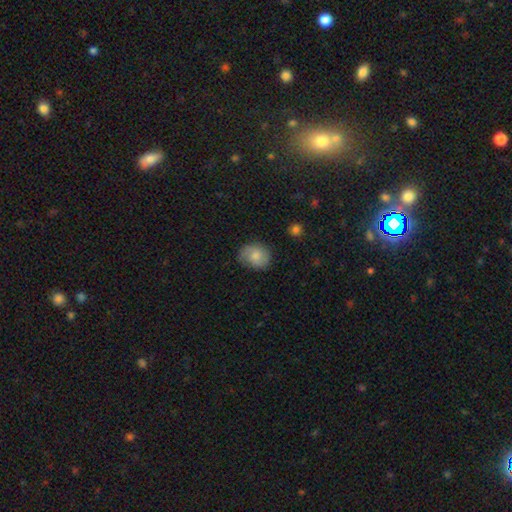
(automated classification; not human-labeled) Smooth or featured? Predicted: smooth (p=0.75). How rounded? Predicted: round (p=0.58). Merging? Predicted: none (p=0.67).